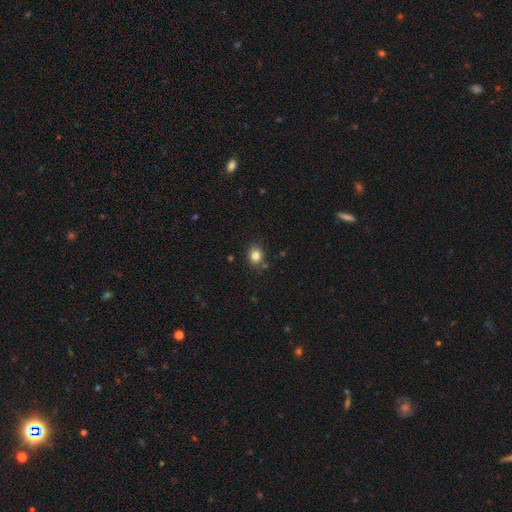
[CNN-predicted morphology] A smooth galaxy with no disk features (83%) that is round (53%).

Vote fractions:
- Smooth or featured? smooth: 83% / star or artifact: 11% / featured or disk: 6%
- How rounded? round: 53% / in between: 46% / cigar-shaped: 1%
- Merging? none: 80% / minor disturbance: 13% / merger: 4% / major disturbance: 3%